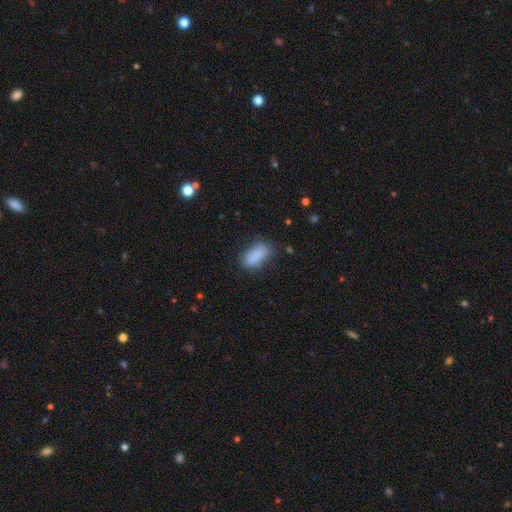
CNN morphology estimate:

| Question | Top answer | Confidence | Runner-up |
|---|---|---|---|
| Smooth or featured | smooth | 86% | star or artifact (8%) |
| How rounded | in between | 80% | cigar-shaped (17%) |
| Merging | none | 71% | minor disturbance (20%) |